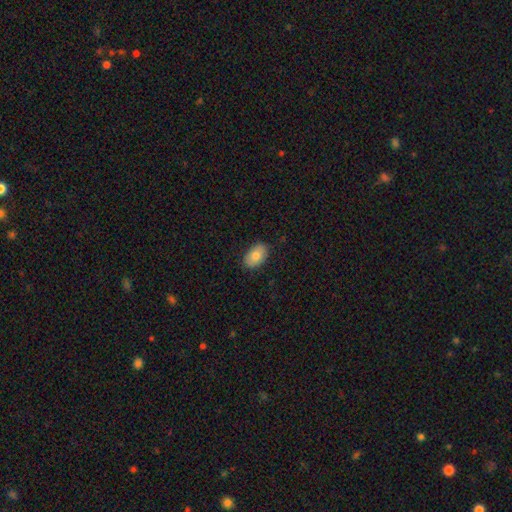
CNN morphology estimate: smooth-or-featured: smooth: 81% | featured or disk: 12% | star or artifact: 7%
  how-rounded: in between: 91% | round: 8% | cigar-shaped: 1%
  merging: none: 86% | minor disturbance: 11% | major disturbance: 2% | merger: 1%